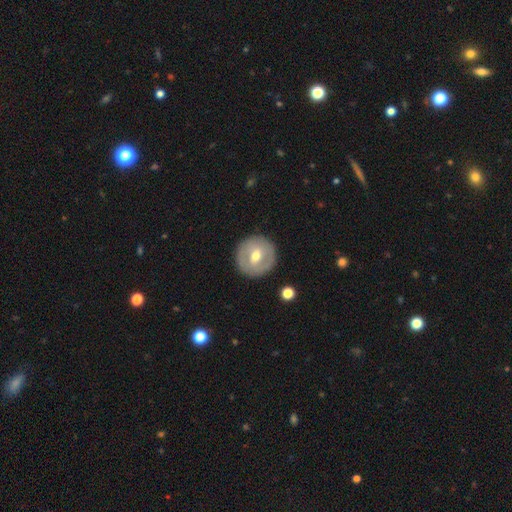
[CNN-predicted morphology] smooth-or-featured: featured or disk: 50% | smooth: 44% | star or artifact: 6%
  merging: none: 88% | minor disturbance: 8% | major disturbance: 3% | merger: 1%